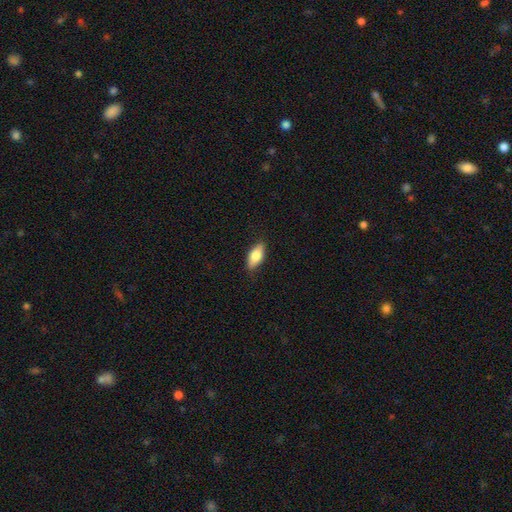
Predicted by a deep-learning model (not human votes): Smooth or featured?
  - smooth: 77% *
  - featured or disk: 17%
  - star or artifact: 6%
How rounded?
  - in between: 85% *
  - cigar-shaped: 12%
  - round: 3%
Merging?
  - none: 85% *
  - minor disturbance: 12%
  - major disturbance: 2%
  - merger: 1%